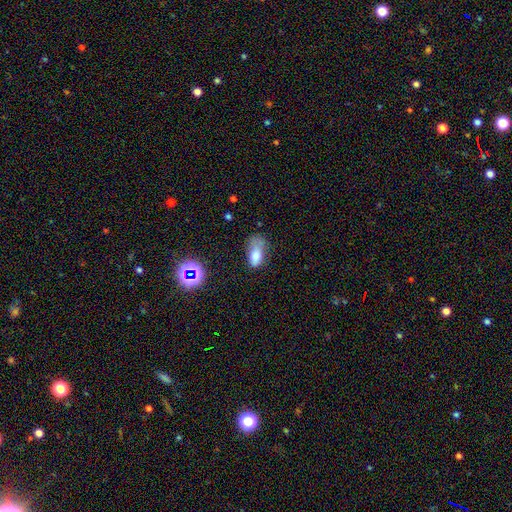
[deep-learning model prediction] Smooth or featured? Predicted: smooth (p=0.70). How rounded? Predicted: in between (p=0.88). Merging? Predicted: major disturbance (p=0.36).